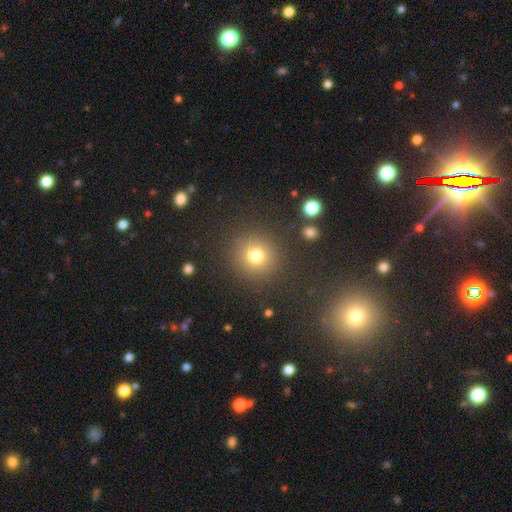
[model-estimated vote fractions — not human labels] Overall: smooth (76%). How rounded: round (91%). Merging: none (87%).